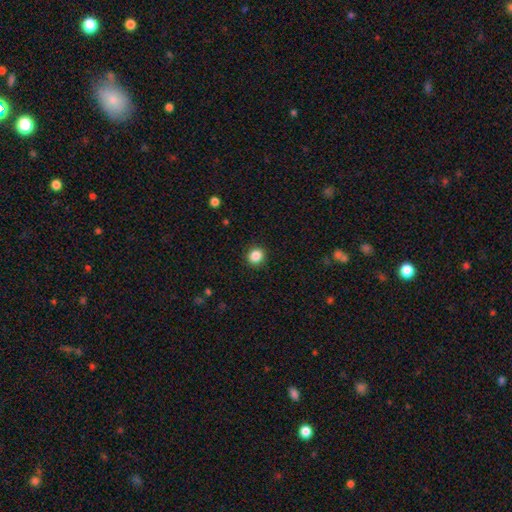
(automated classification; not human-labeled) smooth_or_featured: smooth (p=0.86) [alt: star or artifact p=0.10]
how_rounded: round (p=0.86) [alt: in between p=0.13]
merging: none (p=0.91) [alt: minor disturbance p=0.06]